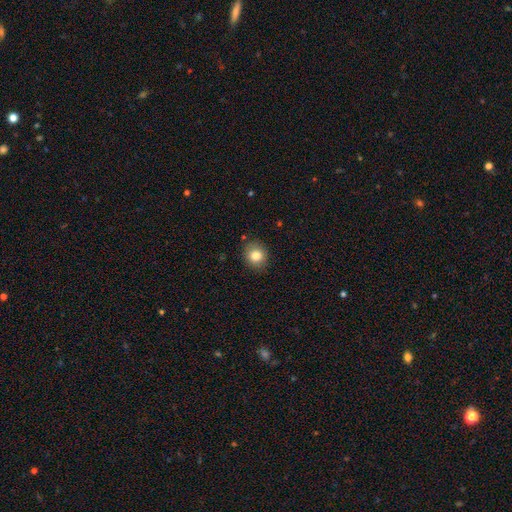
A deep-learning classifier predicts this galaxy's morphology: The model was most divided on "how rounded": round: 78%, in between: 21%, cigar-shaped: 1%. More confident: merging — none (87%); smooth or featured — smooth (82%).